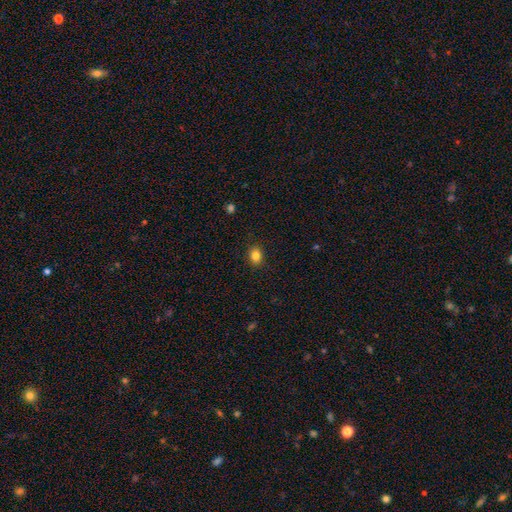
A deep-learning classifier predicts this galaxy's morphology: smooth 84%, star or artifact 11%, featured or disk 5%. Down the decision tree: how rounded — in between (56%); merging — none (89%).